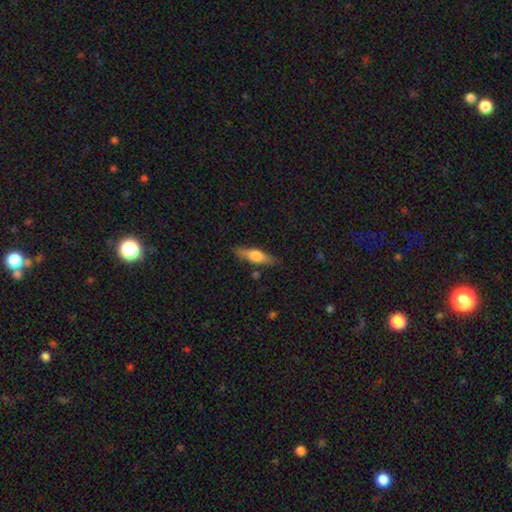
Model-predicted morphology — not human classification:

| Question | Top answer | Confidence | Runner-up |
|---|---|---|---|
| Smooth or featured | smooth | 51% | featured or disk (43%) |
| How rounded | cigar-shaped | 65% | in between (32%) |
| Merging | none | 83% | minor disturbance (13%) |